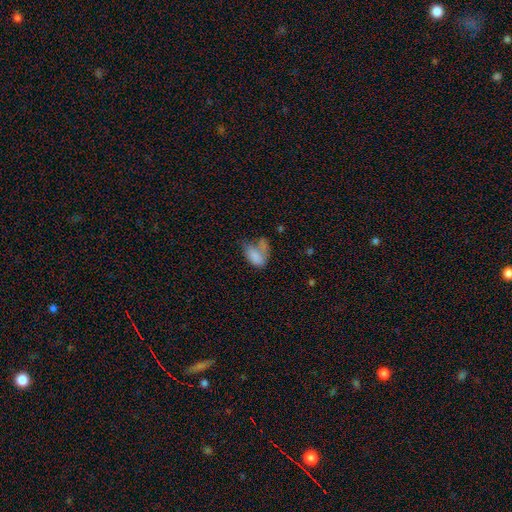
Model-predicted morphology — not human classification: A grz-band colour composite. It shows a smooth galaxy with no disk features (75%) that is in between round and cigar-shaped (89%). Merging: major disturbance (31%).